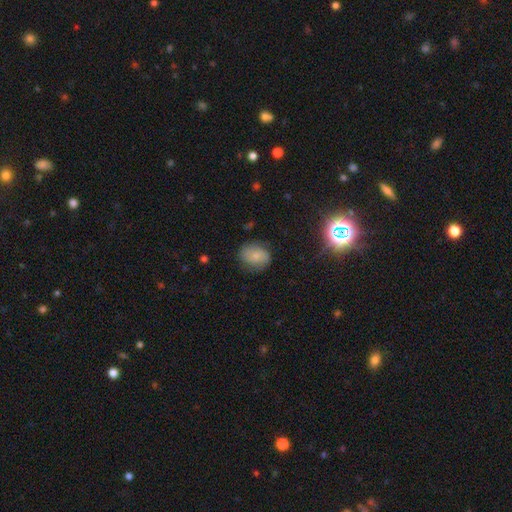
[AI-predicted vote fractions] Smooth or featured: smooth — 63% (featured or disk — 27%)
How rounded: round — 50% (in between — 49%)
Merging: none — 73% (minor disturbance — 19%)